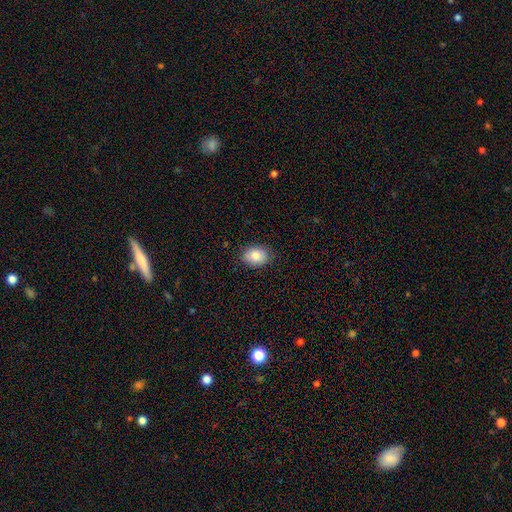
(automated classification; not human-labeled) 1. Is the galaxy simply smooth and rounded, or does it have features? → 86% smooth, 7% star or artifact, 6% featured or disk.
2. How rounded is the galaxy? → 72% in between, 27% round, 1% cigar-shaped.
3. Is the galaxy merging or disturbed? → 83% none, 13% minor disturbance, 3% major disturbance, 1% merger.